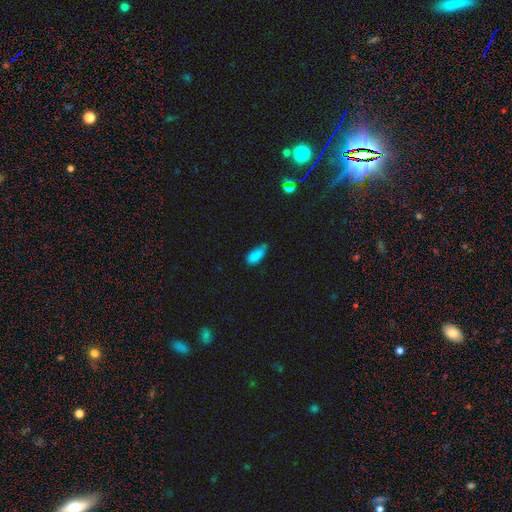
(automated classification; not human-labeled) Q: Smooth or featured?
A: smooth (87%); runner-up: star or artifact (8%)
Q: How rounded?
A: in between (83%); runner-up: cigar-shaped (15%)
Q: Merging?
A: none (56%); runner-up: minor disturbance (35%)